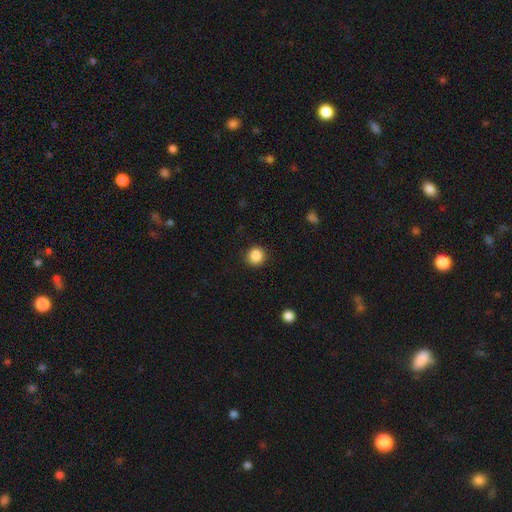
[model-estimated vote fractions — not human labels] A smooth galaxy with no disk features (88%) that is round (93%).

Vote fractions:
- Smooth or featured? smooth: 88% / star or artifact: 10% / featured or disk: 3%
- How rounded? round: 93% / in between: 6% / cigar-shaped: 1%
- Merging? none: 91% / minor disturbance: 6% / major disturbance: 2% / merger: 1%